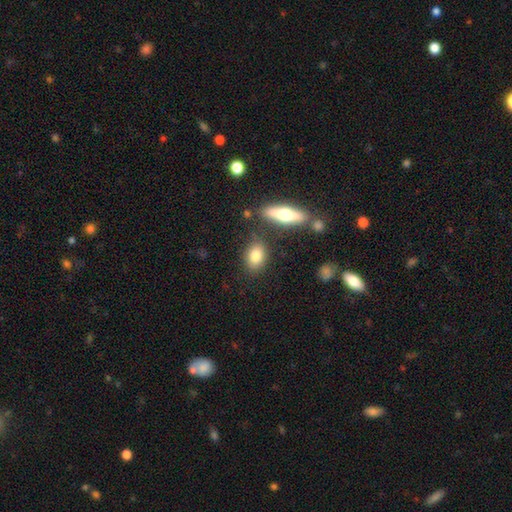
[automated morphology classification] Smooth or featured?
  - smooth: 79% *
  - featured or disk: 14%
  - star or artifact: 8%
How rounded?
  - in between: 76% *
  - round: 19%
  - cigar-shaped: 4%
Merging?
  - none: 77% *
  - minor disturbance: 11%
  - merger: 8%
  - major disturbance: 3%